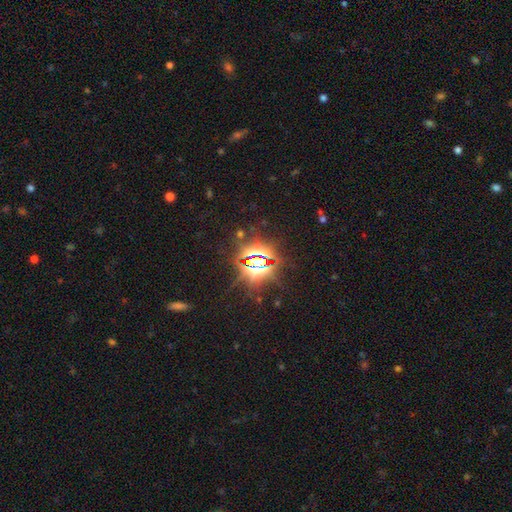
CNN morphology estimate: Smooth or featured: star or artifact — 86% (smooth — 8%)